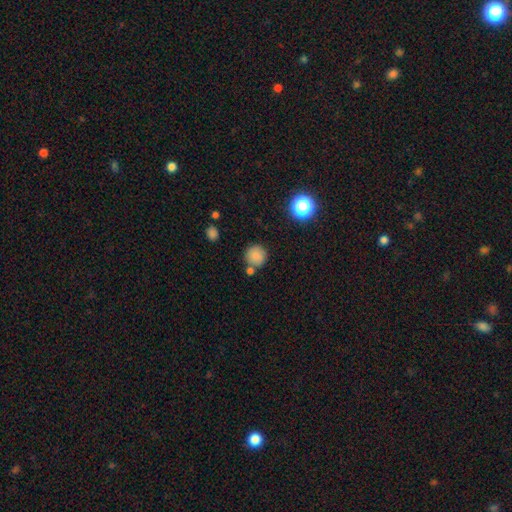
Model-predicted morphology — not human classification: This appears to be a smooth galaxy with no disk features (82%) that is round (93%). Merging: none (74%).